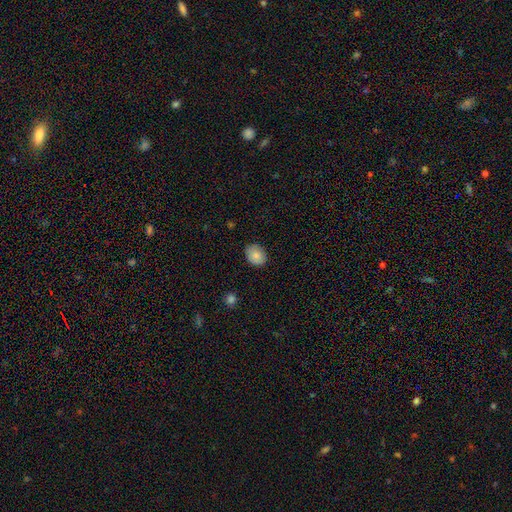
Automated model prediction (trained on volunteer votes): Smooth or featured? smooth (84%)
How rounded? in between (62%)
Merging? none (83%)